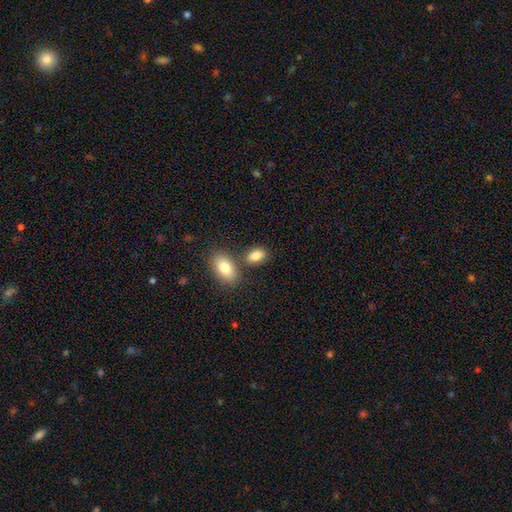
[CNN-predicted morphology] Q: Smooth or featured?
A: smooth (84%); runner-up: star or artifact (8%)
Q: How rounded?
A: in between (88%); runner-up: round (9%)
Q: Merging?
A: none (65%); runner-up: merger (20%)